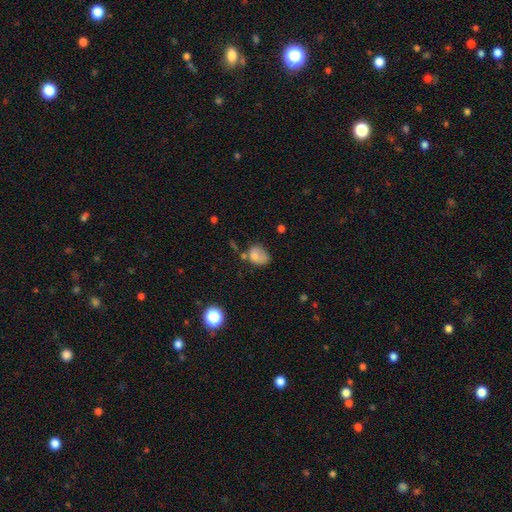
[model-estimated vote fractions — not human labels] Smooth or featured: smooth — 71% (featured or disk — 18%)
How rounded: in between — 63% (round — 36%)
Merging: none — 37% (minor disturbance — 31%)